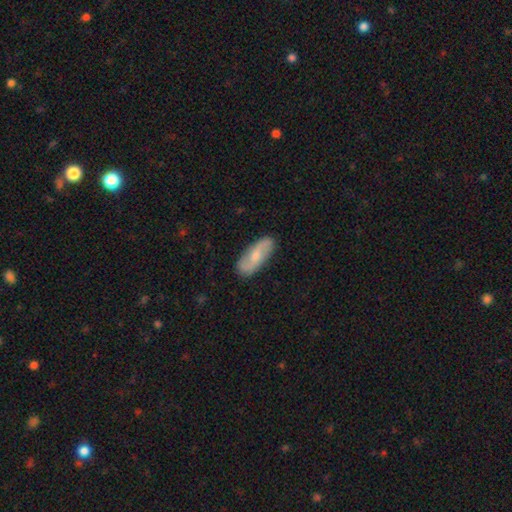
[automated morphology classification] Smooth or featured? featured or disk (52%)
Edge-on disk? no (88%)
Merging? none (86%)